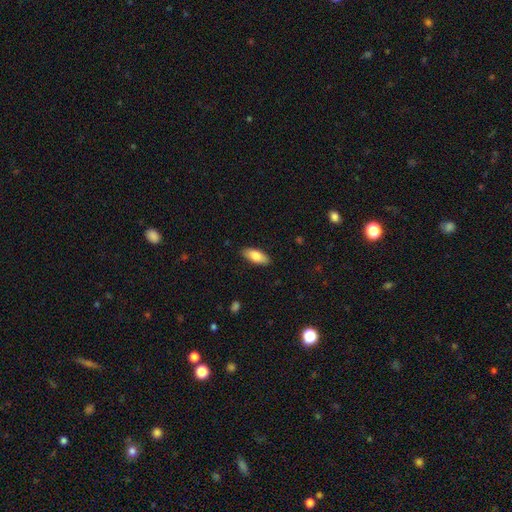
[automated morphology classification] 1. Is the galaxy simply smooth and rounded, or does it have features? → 79% smooth, 15% featured or disk, 6% star or artifact.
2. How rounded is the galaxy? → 82% in between, 16% cigar-shaped, 2% round.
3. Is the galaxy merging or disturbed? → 88% none, 9% minor disturbance, 2% major disturbance, 1% merger.